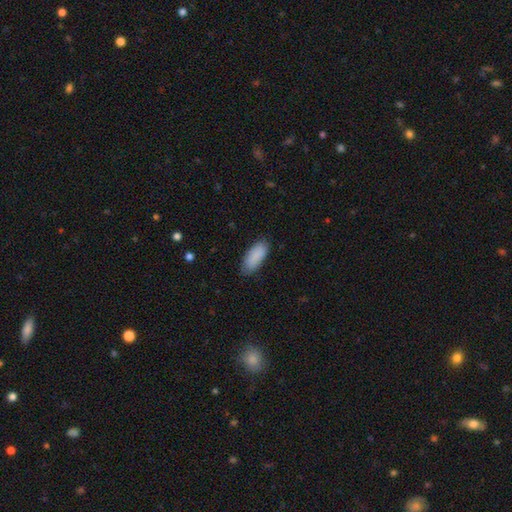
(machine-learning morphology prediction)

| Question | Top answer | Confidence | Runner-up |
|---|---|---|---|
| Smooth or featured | smooth | 89% | star or artifact (6%) |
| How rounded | in between | 85% | cigar-shaped (14%) |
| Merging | none | 80% | minor disturbance (16%) |